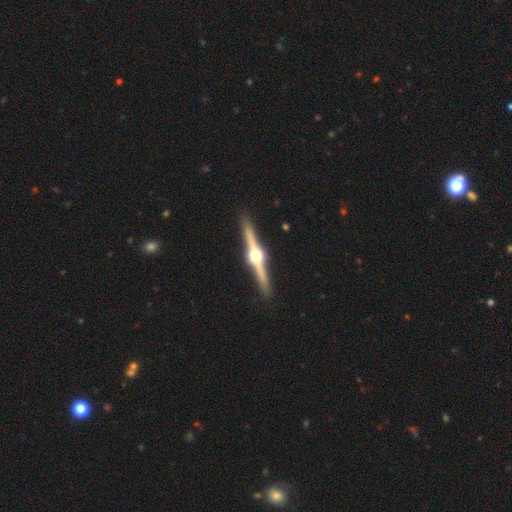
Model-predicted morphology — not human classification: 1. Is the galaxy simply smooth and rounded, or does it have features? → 87% featured or disk, 8% smooth, 5% star or artifact.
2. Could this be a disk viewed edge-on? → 99% yes, 1% no.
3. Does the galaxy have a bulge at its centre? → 96% rounded, 2% boxy, 1% none.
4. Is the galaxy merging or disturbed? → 92% none, 5% minor disturbance, 1% major disturbance, 1% merger.